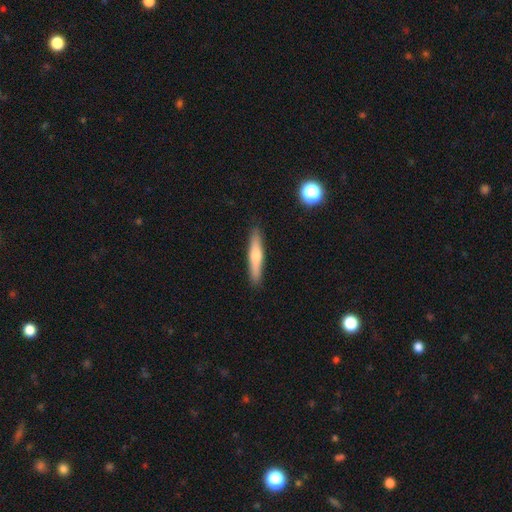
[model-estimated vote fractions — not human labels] Smooth or featured?
  - smooth: 51% *
  - featured or disk: 42%
  - star or artifact: 6%
How rounded?
  - cigar-shaped: 90% *
  - in between: 9%
  - round: 2%
Merging?
  - none: 90% *
  - minor disturbance: 7%
  - major disturbance: 2%
  - merger: 1%